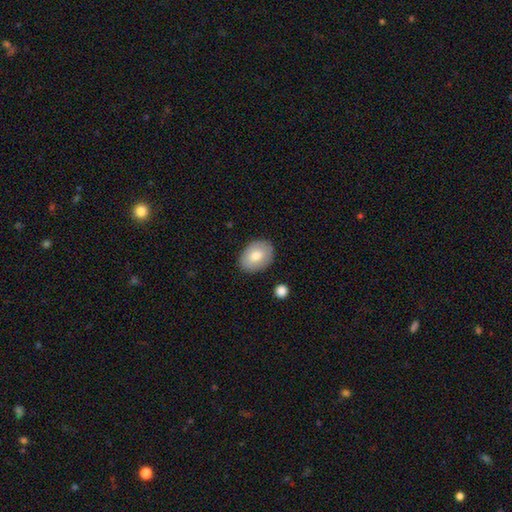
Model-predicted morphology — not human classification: smooth 78%, featured or disk 16%, star or artifact 6%. Down the decision tree: how rounded — in between (80%); merging — none (85%).